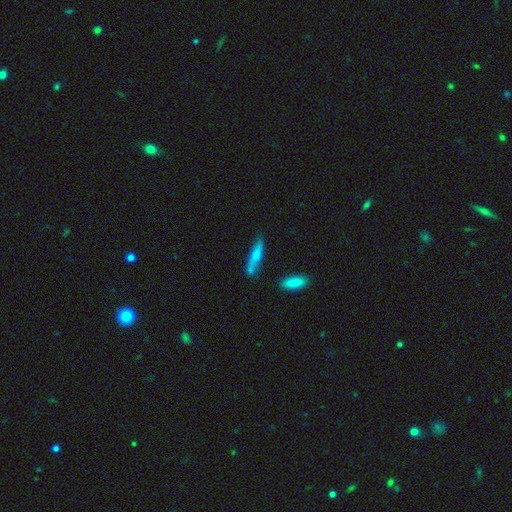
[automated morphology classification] A smooth galaxy with no disk features (68%) that is cigar-shaped (78%). Merging: none (64%).